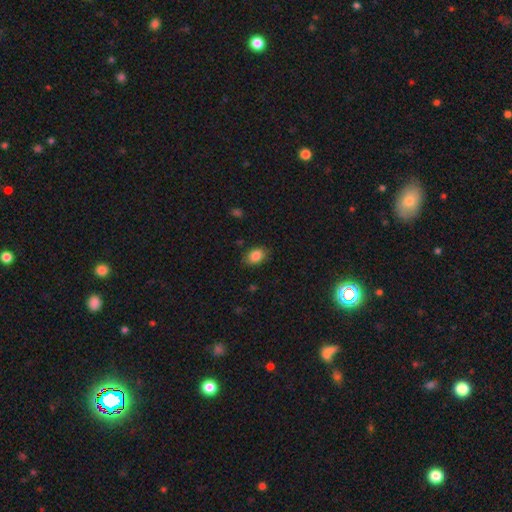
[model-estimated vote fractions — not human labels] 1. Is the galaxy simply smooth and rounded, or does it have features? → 86% smooth, 8% star or artifact, 6% featured or disk.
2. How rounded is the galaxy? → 85% in between, 13% round, 1% cigar-shaped.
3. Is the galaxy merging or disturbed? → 83% none, 13% minor disturbance, 3% major disturbance, 1% merger.